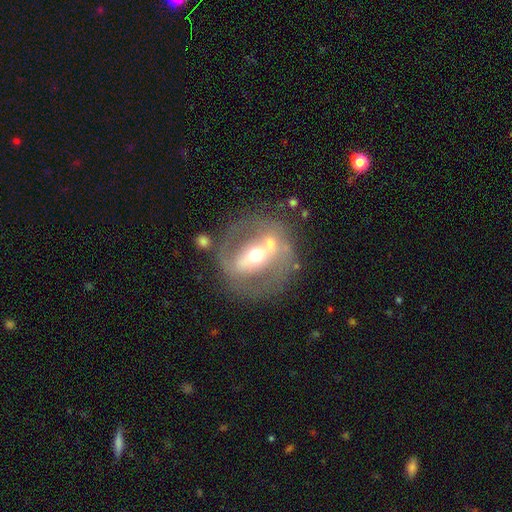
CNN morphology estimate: featured or disk 70%, smooth 22%, star or artifact 7%. Down the decision tree: edge-on disk — no (90%); bar — strong (50%); spiral arms — no (69%); bulge size — moderate (69%); merging — none (63%).